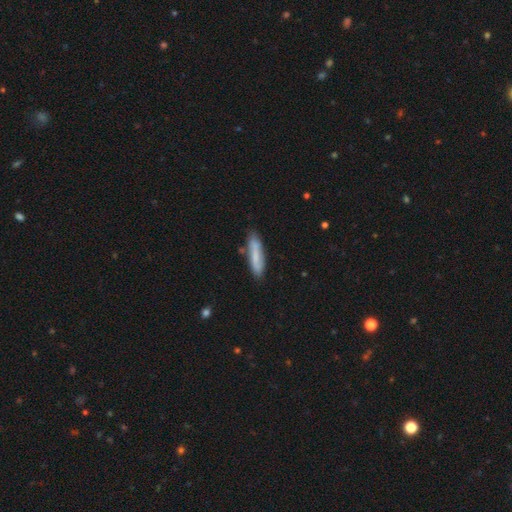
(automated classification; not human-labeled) smooth_or_featured: smooth (p=0.70) [alt: featured or disk p=0.24]
how_rounded: cigar-shaped (p=0.74) [alt: in between p=0.25]
merging: none (p=0.76) [alt: minor disturbance p=0.17]